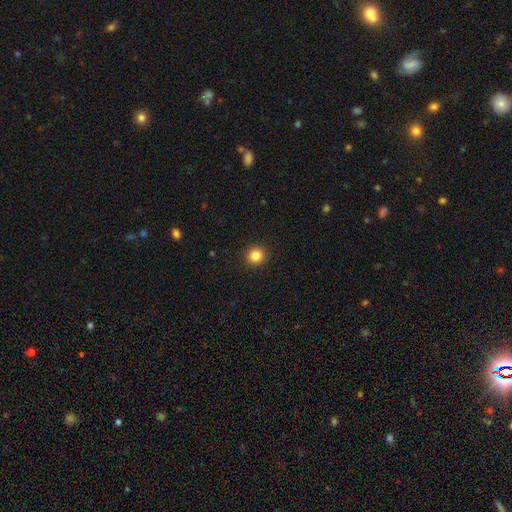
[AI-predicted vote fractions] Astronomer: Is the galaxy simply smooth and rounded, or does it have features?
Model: smooth — 84%.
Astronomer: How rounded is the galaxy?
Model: round — 93%.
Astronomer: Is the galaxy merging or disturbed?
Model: none — 93%.